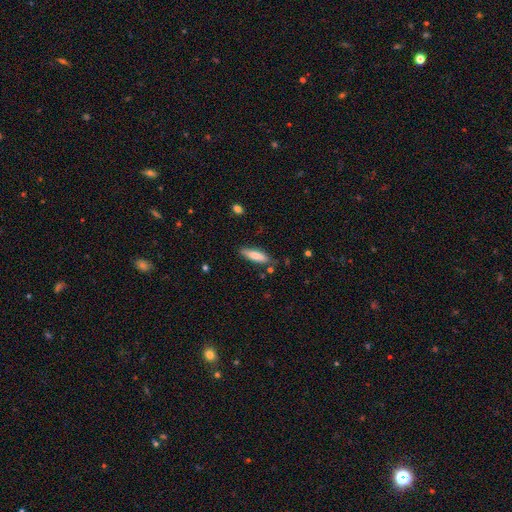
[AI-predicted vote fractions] Smooth or featured: smooth — 80% (featured or disk — 14%)
How rounded: cigar-shaped — 60% (in between — 38%)
Merging: none — 79% (minor disturbance — 15%)